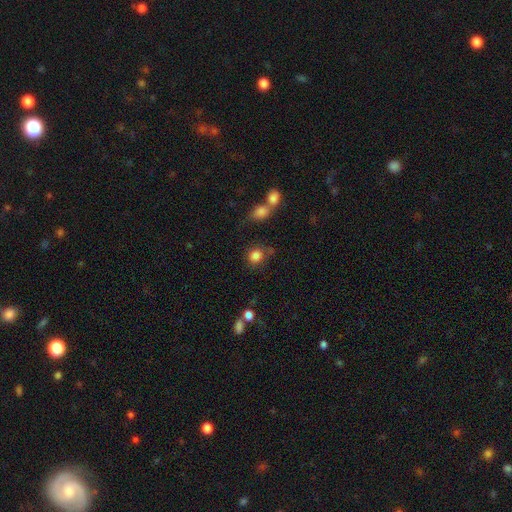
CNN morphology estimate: This is clearly a smooth galaxy (83%). How rounded: likely round (71%). Merging: likely none (66%).